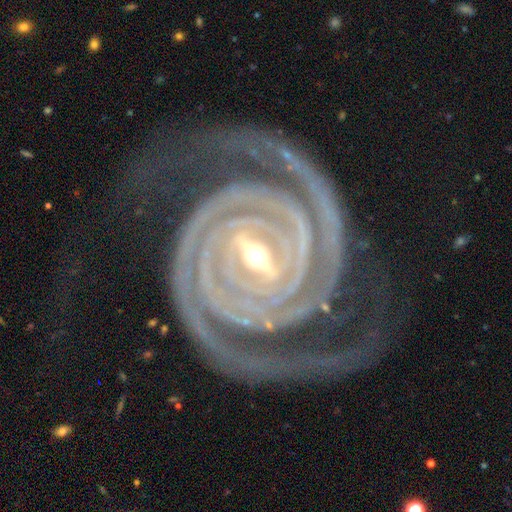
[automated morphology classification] Overall: featured or disk (94%). Edge-on disk: no (98%). Bar: strong (59%; weak 28%). Spiral arms: yes (99%). Spiral arm count: 2 (77%). Spiral winding: tight (85%). Bulge size: small (62%; moderate 35%). Merging: none (76%).